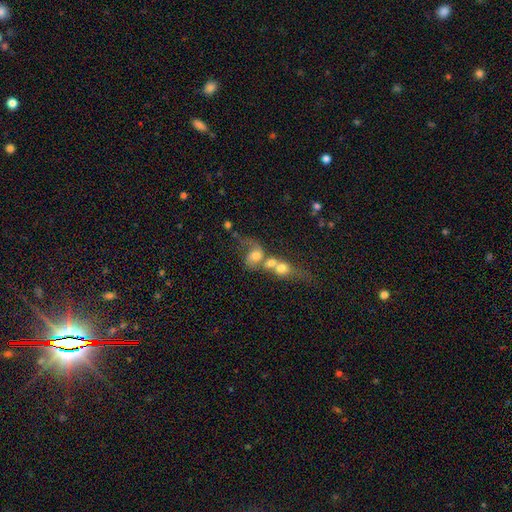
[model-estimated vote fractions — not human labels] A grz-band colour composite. It shows a smooth galaxy with no disk features (48%). Merging: merger (69%).